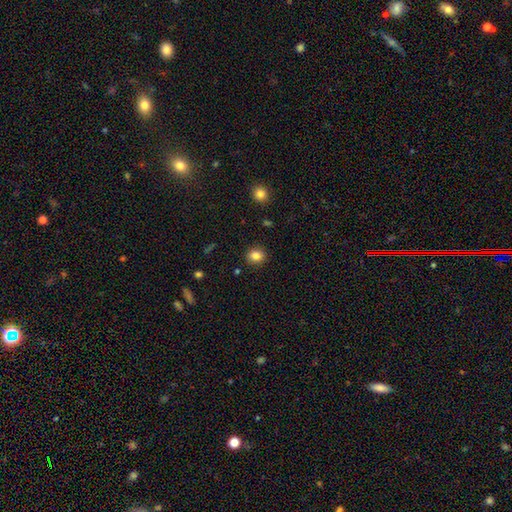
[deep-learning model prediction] smooth 84%, star or artifact 10%, featured or disk 5%. Down the decision tree: how rounded — round (73%); merging — none (90%).